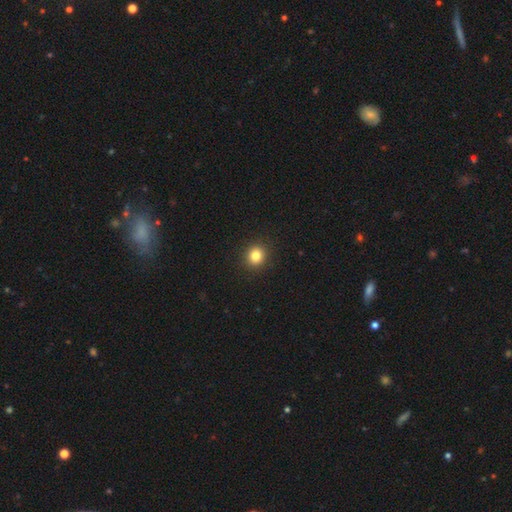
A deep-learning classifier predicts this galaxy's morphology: smooth_or_featured: smooth (p=0.83) [alt: star or artifact p=0.11]
how_rounded: round (p=0.83) [alt: in between p=0.16]
merging: none (p=0.92) [alt: minor disturbance p=0.05]